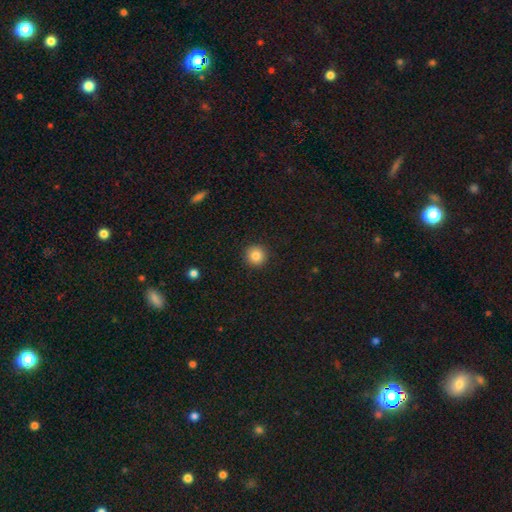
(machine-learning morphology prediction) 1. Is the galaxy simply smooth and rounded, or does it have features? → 84% smooth, 11% star or artifact, 6% featured or disk.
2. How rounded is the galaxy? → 94% round, 5% in between, 1% cigar-shaped.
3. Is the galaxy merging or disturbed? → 93% none, 5% minor disturbance, 2% major disturbance, 1% merger.